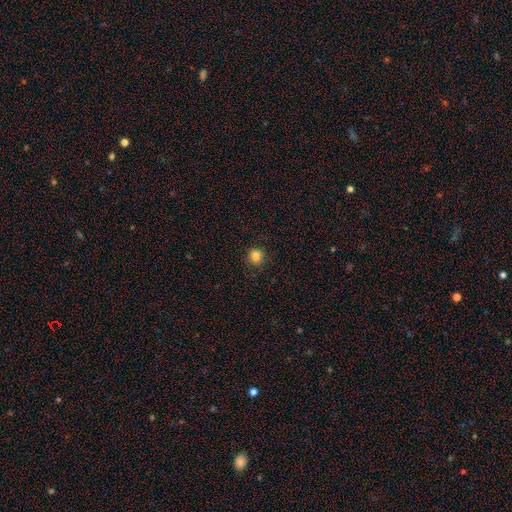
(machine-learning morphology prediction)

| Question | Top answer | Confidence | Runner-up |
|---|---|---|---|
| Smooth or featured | smooth | 84% | star or artifact (12%) |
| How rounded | round | 85% | in between (14%) |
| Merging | none | 87% | minor disturbance (10%) |